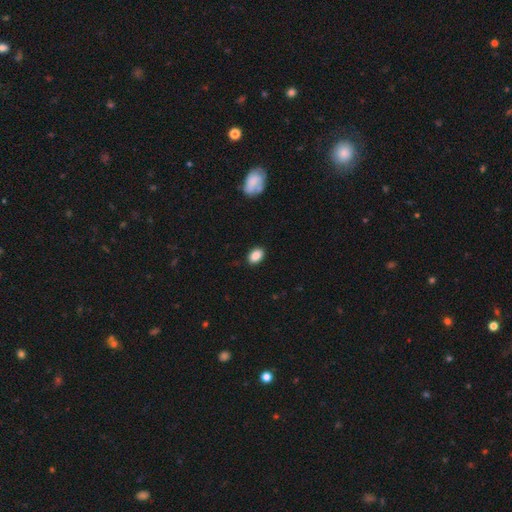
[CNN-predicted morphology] Smooth or featured? Predicted: smooth (p=0.88). How rounded? Predicted: in between (p=0.84). Merging? Predicted: none (p=0.88).